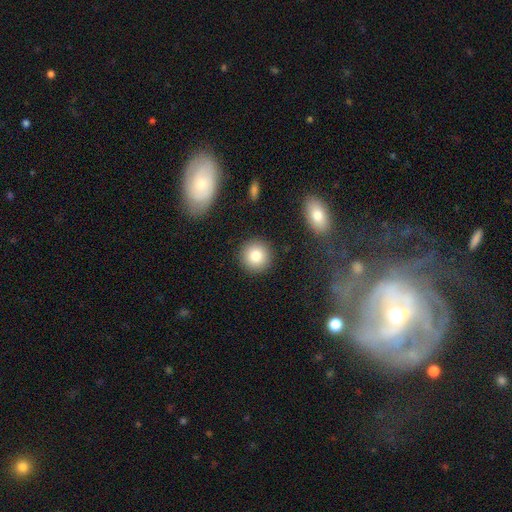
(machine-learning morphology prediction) Smooth or featured: smooth — 82% (star or artifact — 10%)
How rounded: round — 94% (in between — 5%)
Merging: none — 90% (minor disturbance — 6%)